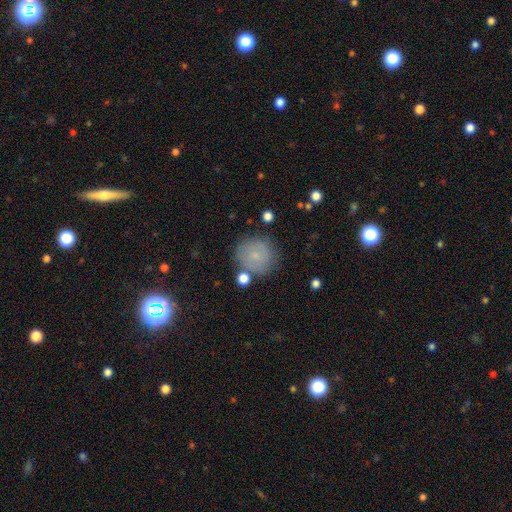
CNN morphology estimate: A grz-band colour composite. It shows a smooth galaxy with no disk features (74%) that is round (92%). Merging: none (76%).